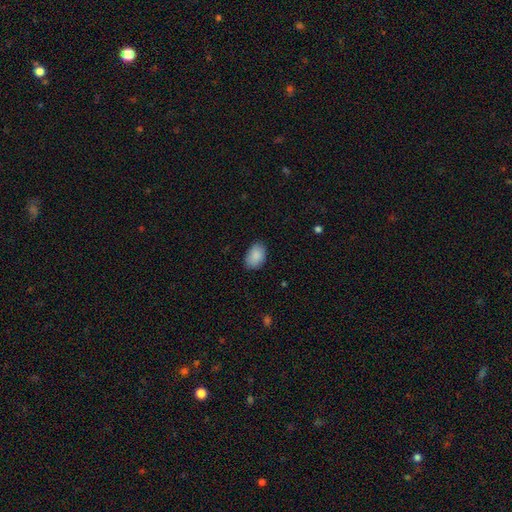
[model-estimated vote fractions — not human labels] Smooth or featured: smooth — 89% (star or artifact — 7%)
How rounded: in between — 87% (round — 12%)
Merging: none — 82% (minor disturbance — 14%)